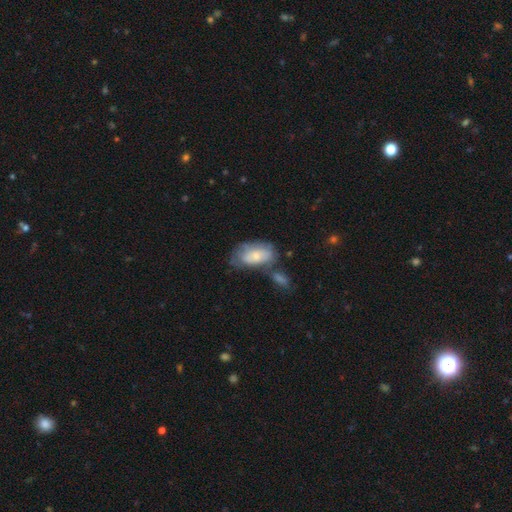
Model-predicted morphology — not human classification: This appears to be a smooth galaxy with no disk features (66%) that is in between round and cigar-shaped (93%). Merging: none (39%).